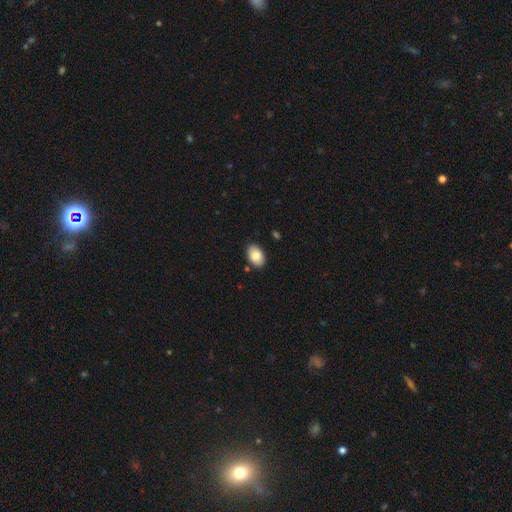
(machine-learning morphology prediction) smooth-or-featured: smooth: 83% | featured or disk: 11% | star or artifact: 7%
  how-rounded: in between: 90% | round: 9% | cigar-shaped: 1%
  merging: none: 88% | minor disturbance: 9% | merger: 2% | major disturbance: 2%